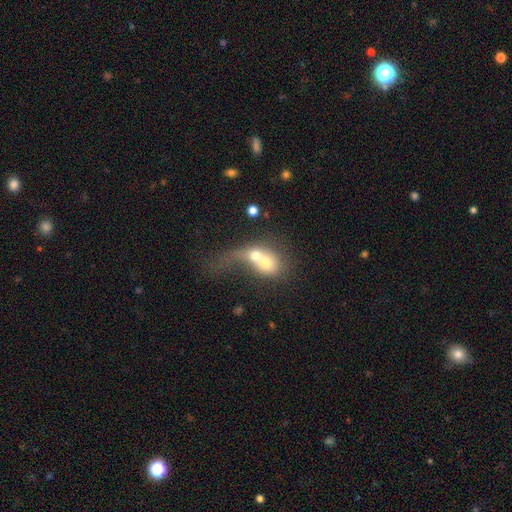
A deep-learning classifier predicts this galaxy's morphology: smooth_or_featured: smooth (p=0.59) [alt: featured or disk p=0.31]
how_rounded: round (p=0.50) [alt: in between p=0.46]
merging: merger (p=0.77) [alt: major disturbance p=0.10]